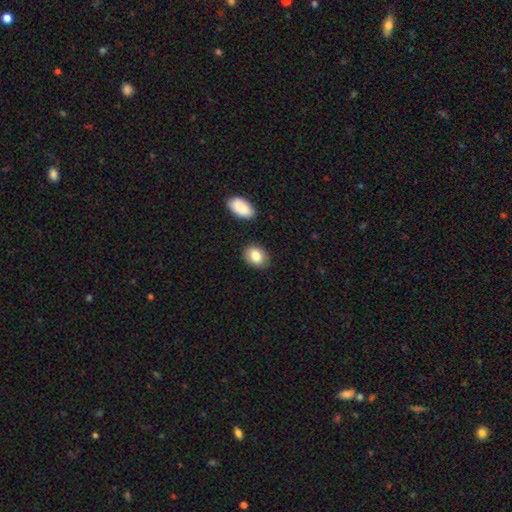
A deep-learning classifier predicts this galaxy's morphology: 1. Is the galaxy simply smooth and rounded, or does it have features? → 83% smooth, 9% featured or disk, 8% star or artifact.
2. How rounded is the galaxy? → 64% in between, 35% round, 1% cigar-shaped.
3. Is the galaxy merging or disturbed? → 86% none, 9% minor disturbance, 3% merger, 2% major disturbance.